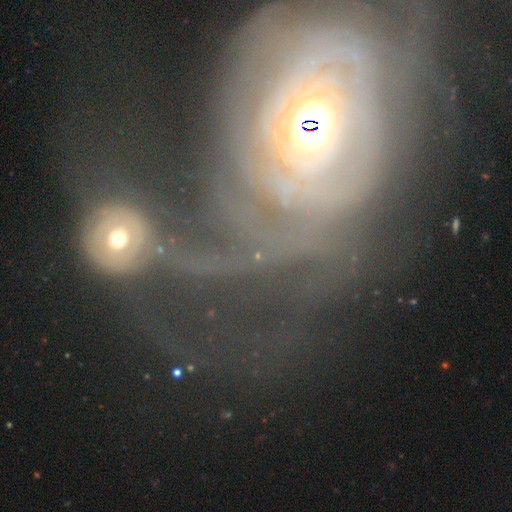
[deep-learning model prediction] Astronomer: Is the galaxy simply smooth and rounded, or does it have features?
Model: featured or disk — 73%.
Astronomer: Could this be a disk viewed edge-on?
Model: no — 95%.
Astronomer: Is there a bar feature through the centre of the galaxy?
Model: no — 68%.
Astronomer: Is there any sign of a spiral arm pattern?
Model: yes — 75%.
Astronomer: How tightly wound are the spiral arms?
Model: tight — 58%.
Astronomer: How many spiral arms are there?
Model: can't tell — 41% (runner-up: 2, 22%).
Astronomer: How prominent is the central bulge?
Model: moderate — 53%.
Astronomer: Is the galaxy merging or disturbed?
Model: merger — 32% (runner-up: none, 28%).